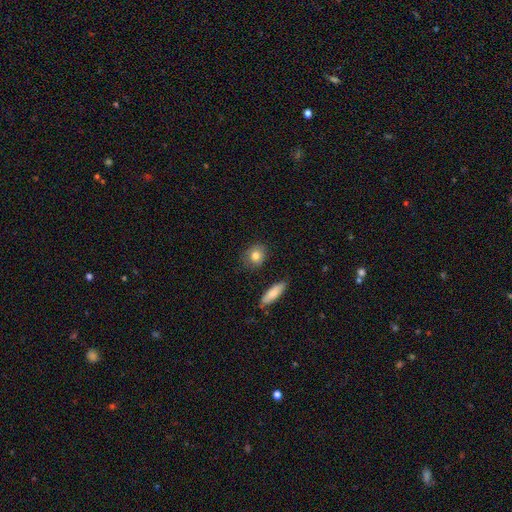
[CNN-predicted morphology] Q: Smooth or featured?
A: smooth (81%); runner-up: featured or disk (11%)
Q: How rounded?
A: round (68%); runner-up: in between (29%)
Q: Merging?
A: none (83%); runner-up: minor disturbance (12%)